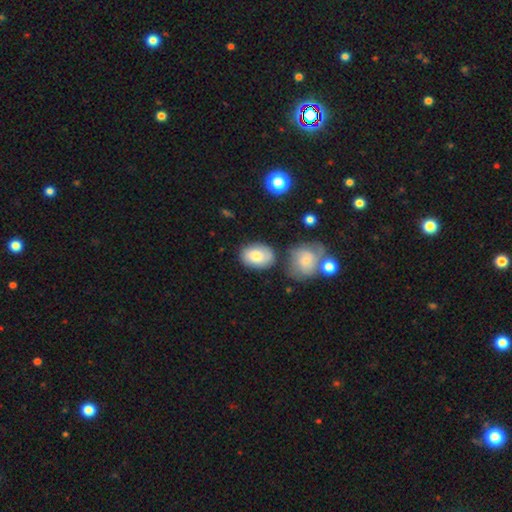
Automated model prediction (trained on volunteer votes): A smooth galaxy with no disk features (75%) that is in between round and cigar-shaped (73%).

Vote fractions:
- Smooth or featured? smooth: 75% / featured or disk: 19% / star or artifact: 7%
- How rounded? in between: 73% / round: 26% / cigar-shaped: 1%
- Merging? none: 72% / minor disturbance: 15% / merger: 9% / major disturbance: 4%